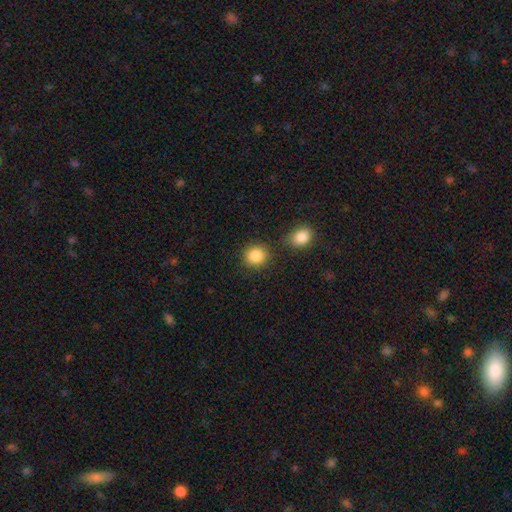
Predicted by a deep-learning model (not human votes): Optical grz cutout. It shows a smooth galaxy with no disk features (87%) that is round (81%). Merging: none (77%).